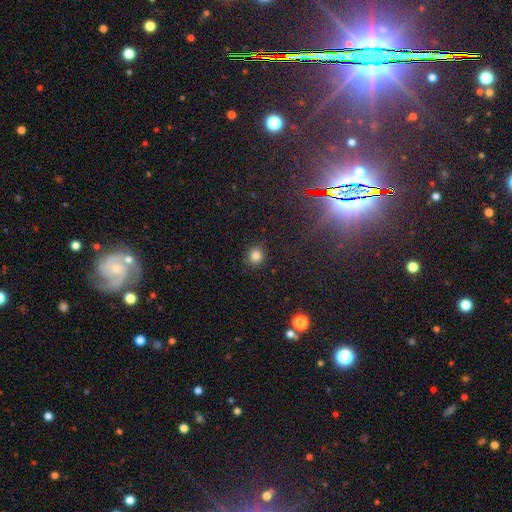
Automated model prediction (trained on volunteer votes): Morphology: type=smooth (82%); roundness=round (93%); merging=none (88%).